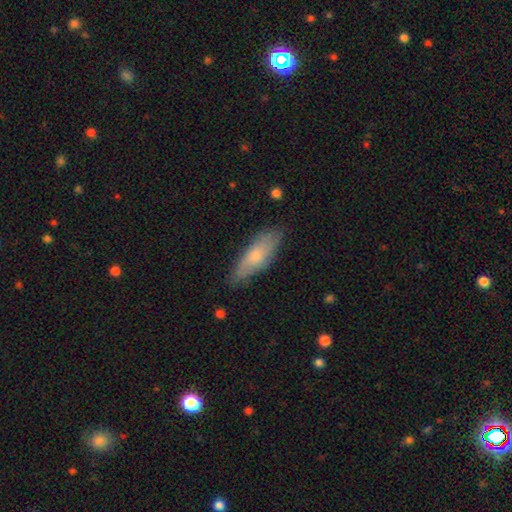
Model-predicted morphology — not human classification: Smooth or featured? Predicted: smooth (p=0.66). How rounded? Predicted: in between (p=0.54). Merging? Predicted: none (p=0.80).